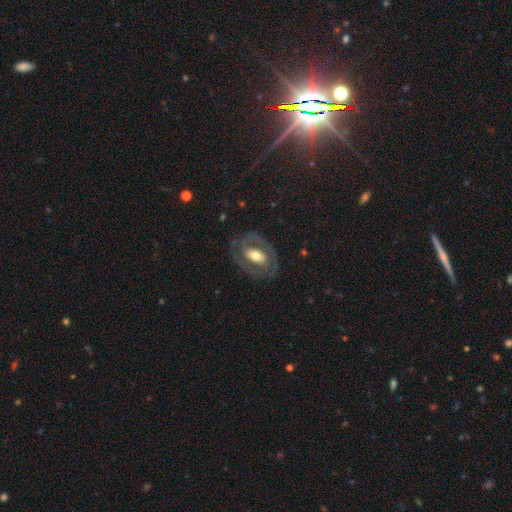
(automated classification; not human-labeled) featured or disk 68%, smooth 26%, star or artifact 6%. Down the decision tree: edge-on disk — no (93%); bar — no (46%); spiral arms — yes (53%); bulge size — moderate (62%); merging — none (75%).